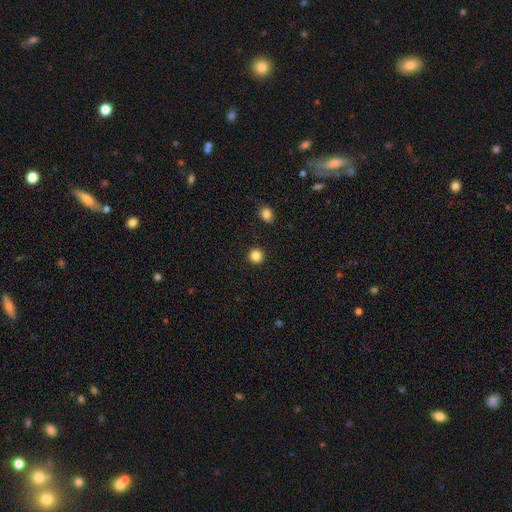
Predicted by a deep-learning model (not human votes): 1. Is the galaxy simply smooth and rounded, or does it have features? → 86% smooth, 11% star or artifact, 4% featured or disk.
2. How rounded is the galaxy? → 95% round, 5% in between, 1% cigar-shaped.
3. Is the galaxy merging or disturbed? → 93% none, 4% minor disturbance, 2% major disturbance, 1% merger.